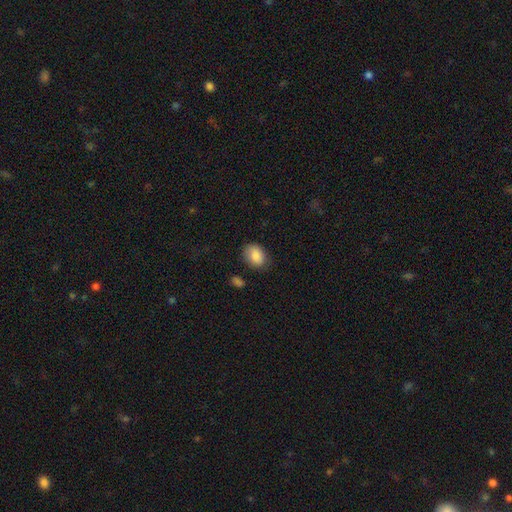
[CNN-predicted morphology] Smooth or featured?
  - smooth: 87% *
  - star or artifact: 8%
  - featured or disk: 6%
How rounded?
  - in between: 70% *
  - round: 29%
  - cigar-shaped: 1%
Merging?
  - none: 77% *
  - minor disturbance: 17%
  - major disturbance: 4%
  - merger: 2%